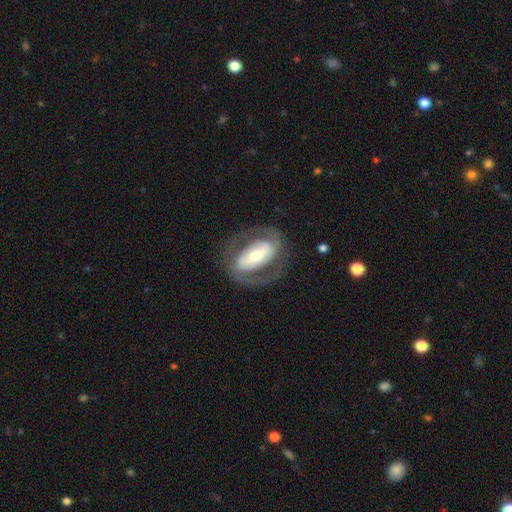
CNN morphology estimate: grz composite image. It shows a featured or disk galaxy (81%) with a strong bar (57%), 2 (84%) medium (45%) spiral arms (79%) and a moderate central bulge (55%). Merging: none (75%).